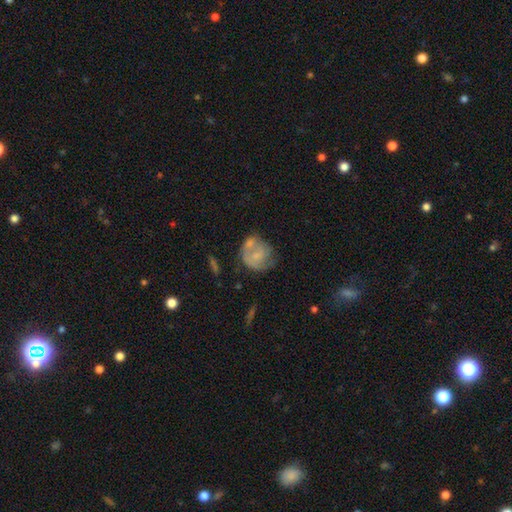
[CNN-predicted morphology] type=smooth (51%); roundness=round (75%); merging=none (37%).